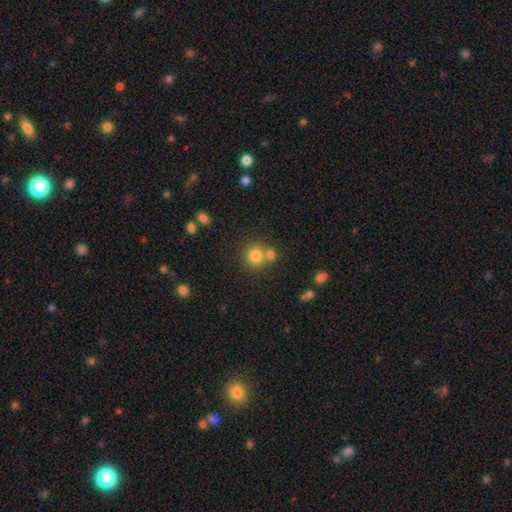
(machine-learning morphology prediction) The model was most divided on "merging": none: 57%, merger: 32%, minor disturbance: 8%, major disturbance: 3%. More confident: how rounded — round (87%); smooth or featured — smooth (80%).